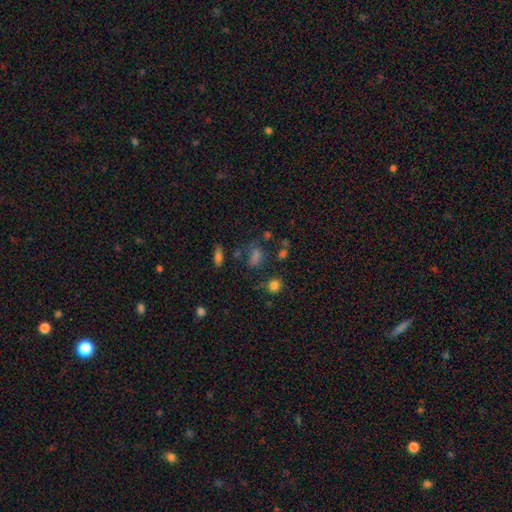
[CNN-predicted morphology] smooth_or_featured: smooth (p=0.55) [alt: star or artifact p=0.32]
how_rounded: in between (p=0.56) [alt: round p=0.40]
merging: none (p=0.63) [alt: minor disturbance p=0.17]